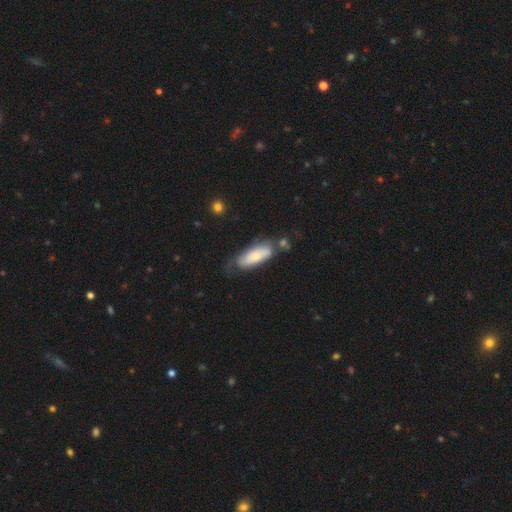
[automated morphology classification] Smooth or featured? smooth (63%)
How rounded? in between (70%)
Merging? none (50%)